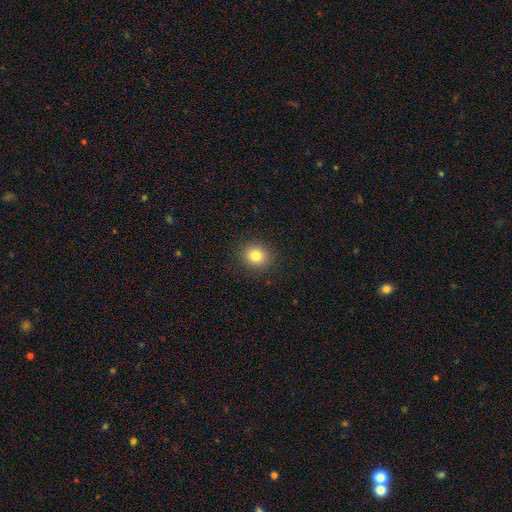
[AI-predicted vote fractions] This is clearly a smooth galaxy (82%). How rounded: clearly round (80%). Merging: clearly none (91%).